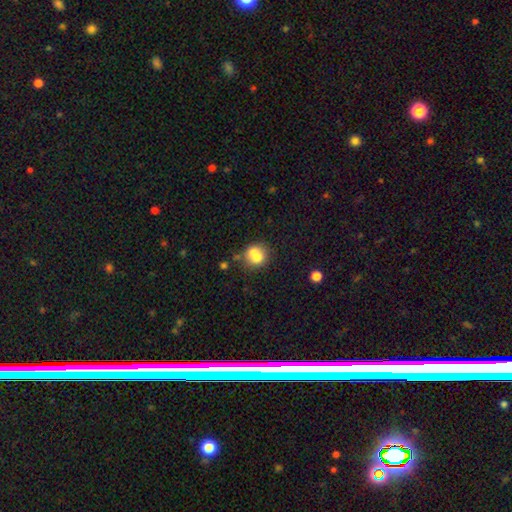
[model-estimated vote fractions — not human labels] smooth-or-featured: smooth: 70% | featured or disk: 19% | star or artifact: 11%
  how-rounded: round: 82% | in between: 17% | cigar-shaped: 1%
  merging: merger: 45% | none: 40% | minor disturbance: 10% | major disturbance: 4%